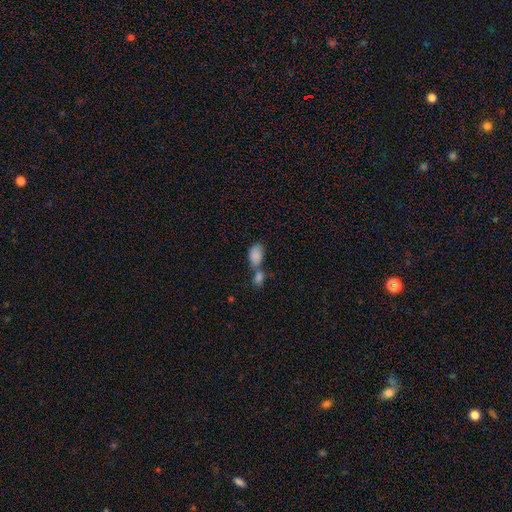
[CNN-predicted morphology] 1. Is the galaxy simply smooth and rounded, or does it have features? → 85% smooth, 8% star or artifact, 7% featured or disk.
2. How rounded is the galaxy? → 90% in between, 7% round, 2% cigar-shaped.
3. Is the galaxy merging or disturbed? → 63% merger, 24% none, 9% minor disturbance, 5% major disturbance.